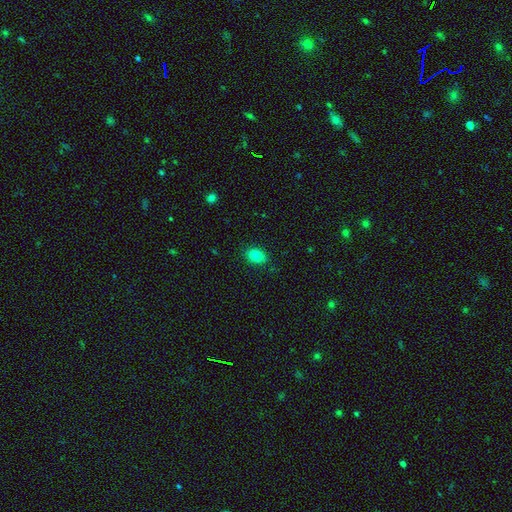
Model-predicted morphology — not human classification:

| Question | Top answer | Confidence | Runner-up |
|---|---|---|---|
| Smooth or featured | smooth | 85% | star or artifact (10%) |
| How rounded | in between | 82% | round (17%) |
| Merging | none | 86% | minor disturbance (11%) |